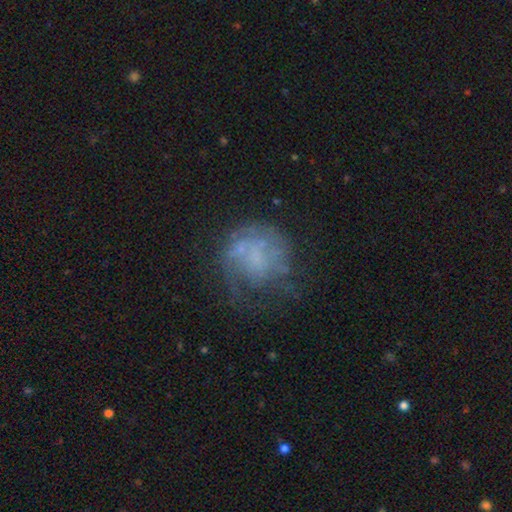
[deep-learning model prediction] Smooth or featured?
  - featured or disk: 54% *
  - smooth: 32%
  - star or artifact: 14%
Edge-on disk?
  - no: 98% *
  - yes: 2%
Bar?
  - no: 82% *
  - weak: 15%
  - strong: 3%
Spiral arms?
  - no: 65% *
  - yes: 35%
Bulge size?
  - none: 66% *
  - small: 17%
  - moderate: 12%
  - large: 4%
  - dominant: 1%
Merging?
  - none: 47% *
  - major disturbance: 28%
  - minor disturbance: 21%
  - merger: 4%